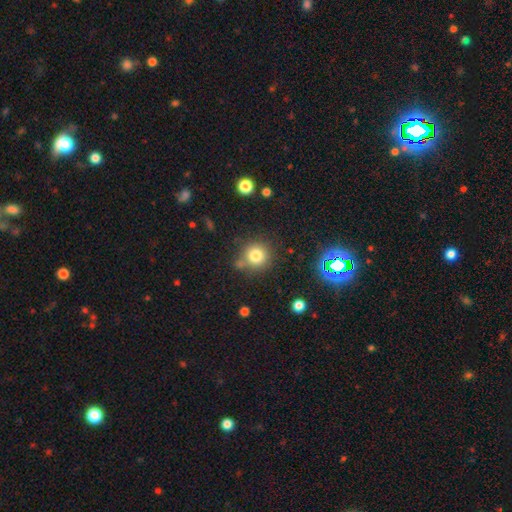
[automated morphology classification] A smooth galaxy with no disk features (78%) that is round (92%).

Vote fractions:
- Smooth or featured? smooth: 78% / star or artifact: 14% / featured or disk: 8%
- How rounded? round: 92% / in between: 7% / cigar-shaped: 1%
- Merging? none: 74% / minor disturbance: 12% / merger: 10% / major disturbance: 4%